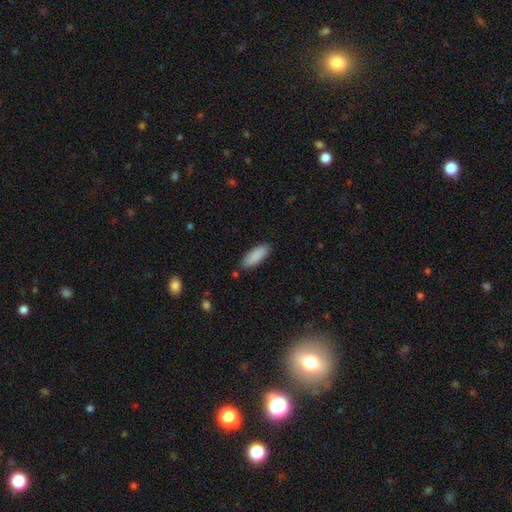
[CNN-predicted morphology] smooth 89%, star or artifact 6%, featured or disk 5%. Down the decision tree: how rounded — in between (64%); merging — none (86%).